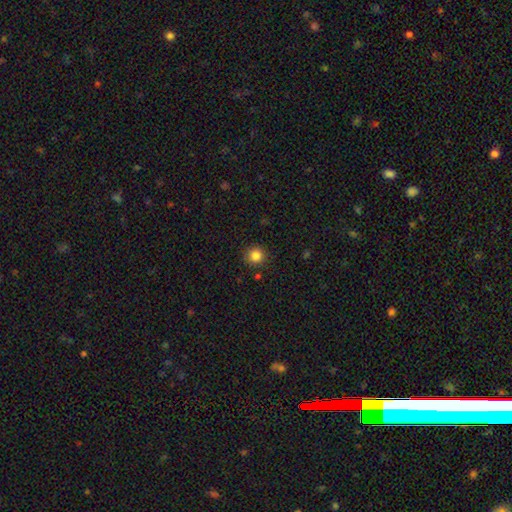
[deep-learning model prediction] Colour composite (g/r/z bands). It shows a smooth galaxy with no disk features (84%) that is round (94%). Merging: none (90%).